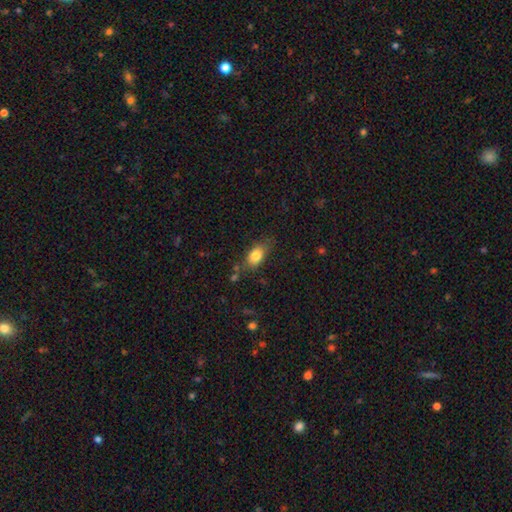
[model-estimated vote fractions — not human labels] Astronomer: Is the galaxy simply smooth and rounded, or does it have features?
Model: smooth — 81%.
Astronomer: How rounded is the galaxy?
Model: in between — 82%.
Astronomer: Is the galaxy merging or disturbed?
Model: none — 69%.